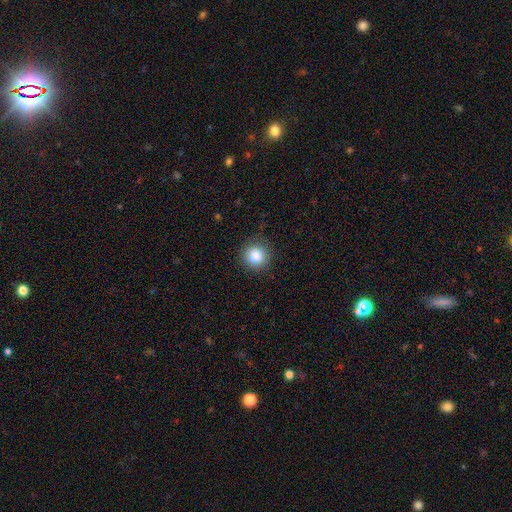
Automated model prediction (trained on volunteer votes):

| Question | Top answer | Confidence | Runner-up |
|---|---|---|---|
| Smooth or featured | smooth | 84% | star or artifact (10%) |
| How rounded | round | 93% | in between (6%) |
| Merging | none | 87% | minor disturbance (9%) |